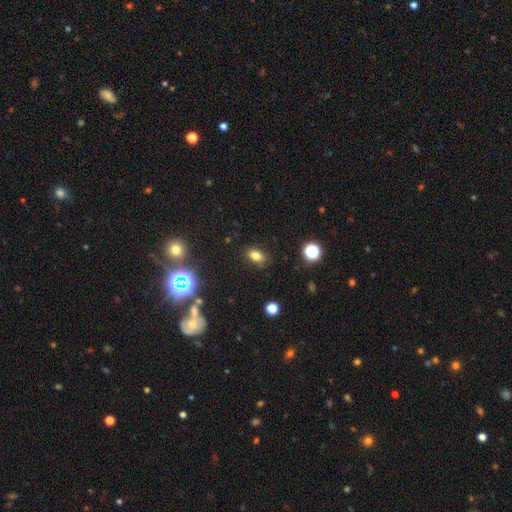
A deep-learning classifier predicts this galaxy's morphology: Smooth or featured? smooth (78%)
How rounded? in between (85%)
Merging? none (84%)